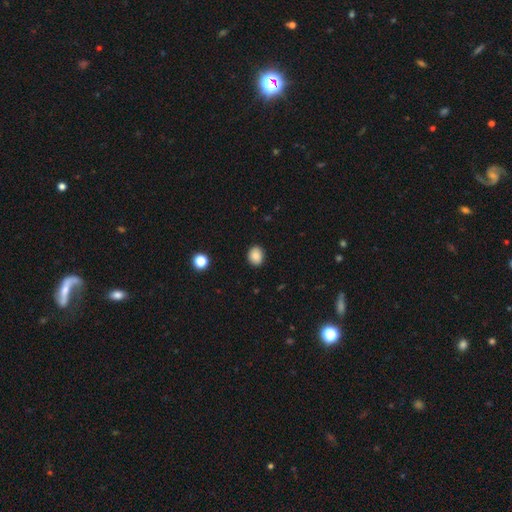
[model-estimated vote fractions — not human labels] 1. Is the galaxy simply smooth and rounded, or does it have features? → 87% smooth, 9% star or artifact, 4% featured or disk.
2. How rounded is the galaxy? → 54% round, 45% in between, 1% cigar-shaped.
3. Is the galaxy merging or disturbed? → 89% none, 8% minor disturbance, 2% major disturbance, 1% merger.